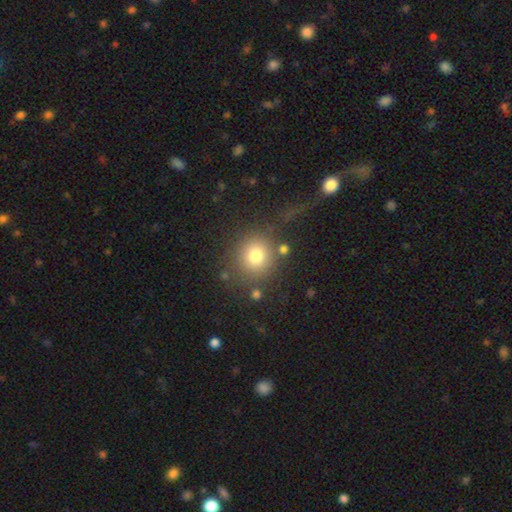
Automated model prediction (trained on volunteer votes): Q: Smooth or featured?
A: smooth (77%); runner-up: star or artifact (13%)
Q: How rounded?
A: round (88%); runner-up: in between (11%)
Q: Merging?
A: none (73%); runner-up: minor disturbance (12%)